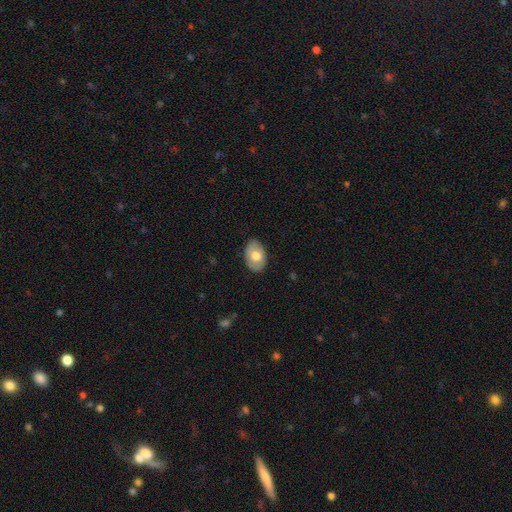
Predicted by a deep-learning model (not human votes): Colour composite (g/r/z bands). It shows a smooth galaxy with no disk features (64%) that is in between round and cigar-shaped (83%). Merging: none (82%).